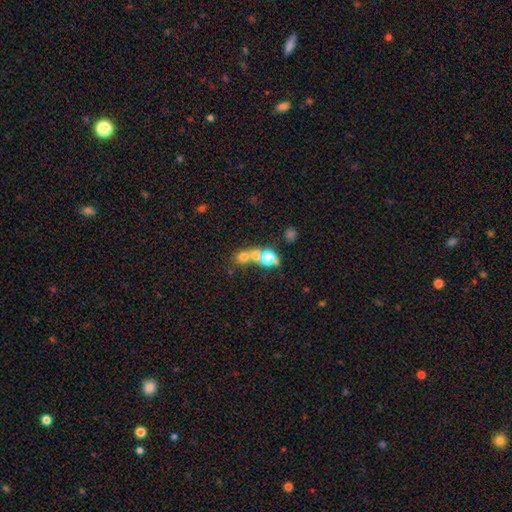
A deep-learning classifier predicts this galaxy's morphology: This appears to be a smooth galaxy with no disk features (60%) that is round (76%). Merging: merger (57%).